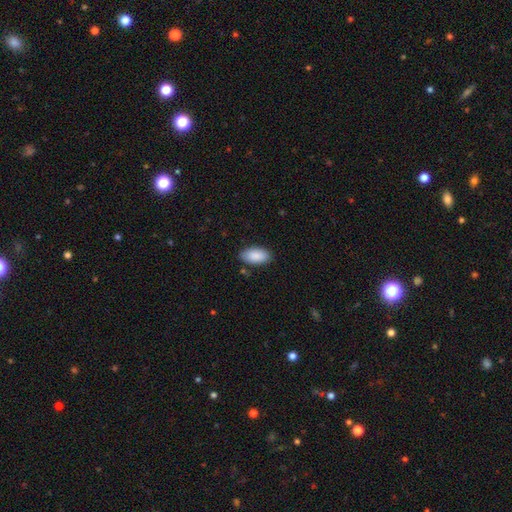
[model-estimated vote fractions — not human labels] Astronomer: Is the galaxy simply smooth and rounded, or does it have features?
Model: smooth — 90%.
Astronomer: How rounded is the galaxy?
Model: in between — 94%.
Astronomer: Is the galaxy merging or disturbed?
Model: none — 84%.